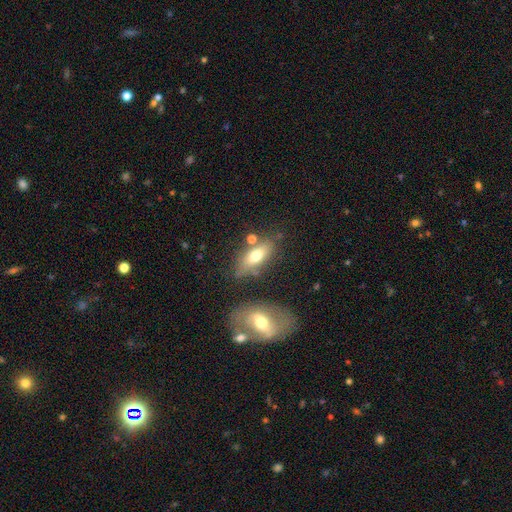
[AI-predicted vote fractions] smooth 64%, featured or disk 28%, star or artifact 8%. Down the decision tree: how rounded — in between (77%); merging — none (61%).